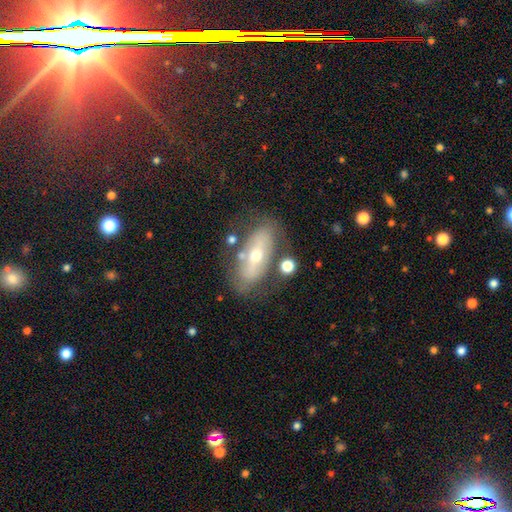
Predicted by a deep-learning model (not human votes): Smooth or featured? featured or disk (60%)
Edge-on disk? no (80%)
Merging? none (68%)